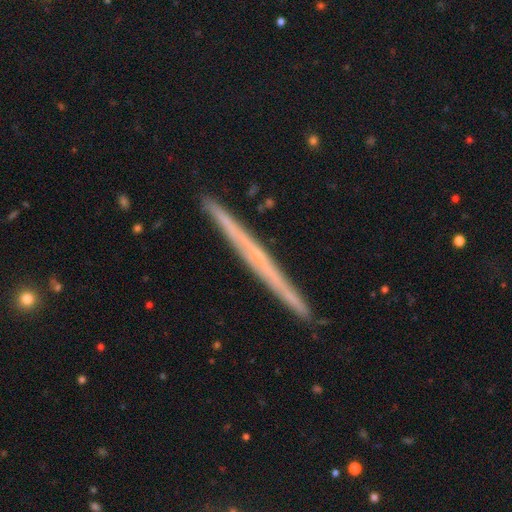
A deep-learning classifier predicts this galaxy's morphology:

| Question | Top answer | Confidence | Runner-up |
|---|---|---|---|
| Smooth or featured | featured or disk | 65% | smooth (26%) |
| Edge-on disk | yes | 97% | no (3%) |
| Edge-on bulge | none | 83% | rounded (14%) |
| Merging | none | 91% | minor disturbance (7%) |